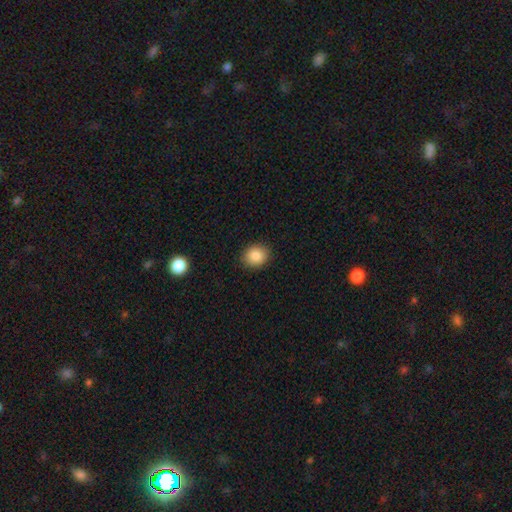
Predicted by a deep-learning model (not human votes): smooth 86%, star or artifact 9%, featured or disk 5%. Down the decision tree: how rounded — round (64%); merging — none (90%).